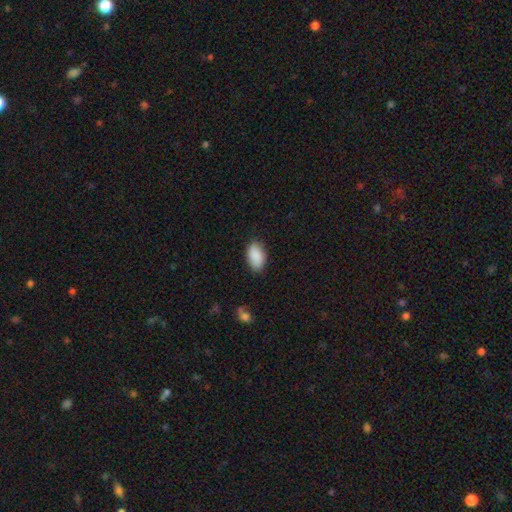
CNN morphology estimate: smooth-or-featured: smooth: 89% | star or artifact: 7% | featured or disk: 5%
  how-rounded: in between: 93% | round: 5% | cigar-shaped: 2%
  merging: none: 82% | minor disturbance: 14% | major disturbance: 3% | merger: 1%